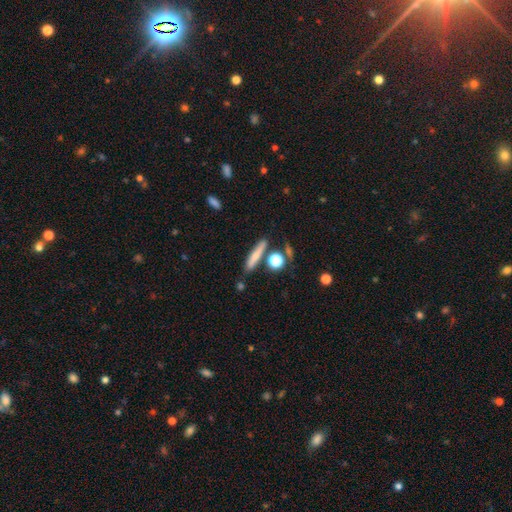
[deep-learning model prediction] A smooth galaxy with no disk features (66%) that is cigar-shaped (81%). Merging: none (77%).